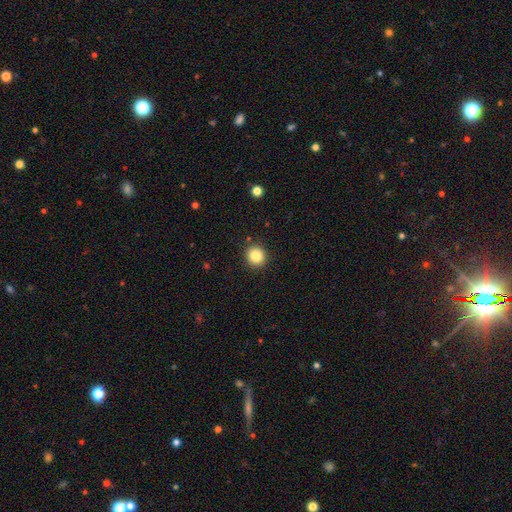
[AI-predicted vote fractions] Smooth or featured? smooth (86%)
How rounded? round (91%)
Merging? none (91%)